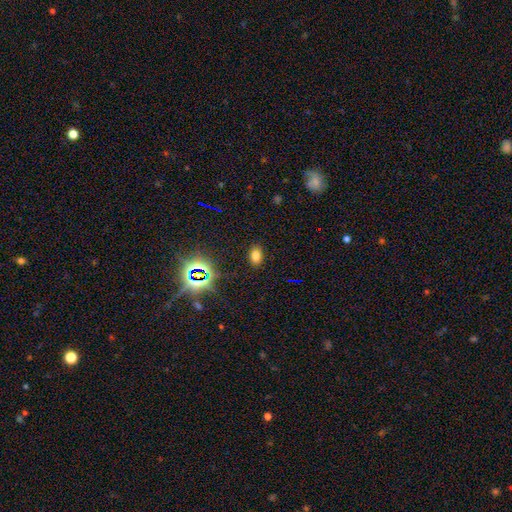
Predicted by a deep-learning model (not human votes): The model was most divided on "smooth or featured": smooth: 70%, star or artifact: 23%, featured or disk: 7%. More confident: merging — none (86%); how rounded — in between (84%).